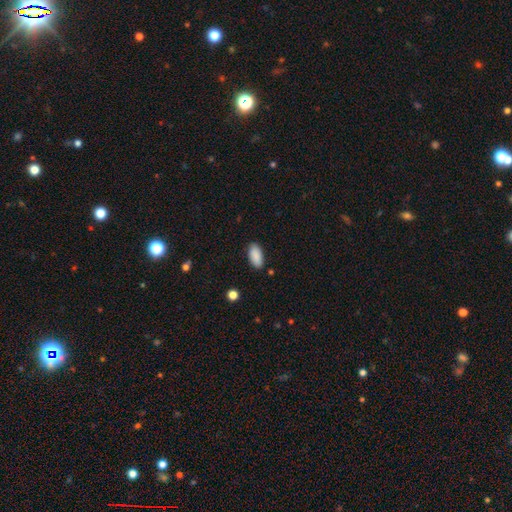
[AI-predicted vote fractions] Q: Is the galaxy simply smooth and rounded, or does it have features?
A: smooth — 89%.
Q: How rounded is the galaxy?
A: in between — 93%.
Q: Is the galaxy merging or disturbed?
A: none — 85%.